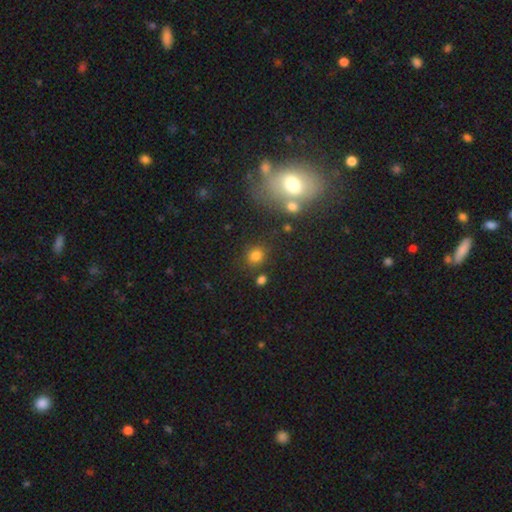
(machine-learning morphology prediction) The model was most divided on "smooth or featured": smooth: 77%, star or artifact: 16%, featured or disk: 7%. More confident: how rounded — round (81%); merging — none (77%).